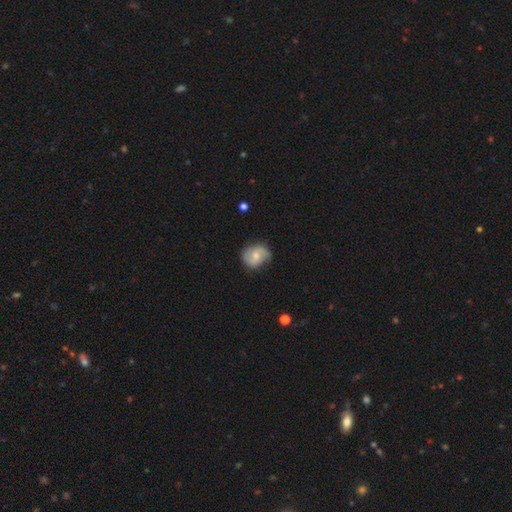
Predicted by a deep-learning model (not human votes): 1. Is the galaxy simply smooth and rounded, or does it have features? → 62% featured or disk, 31% smooth, 7% star or artifact.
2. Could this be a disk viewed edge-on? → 97% no, 3% yes.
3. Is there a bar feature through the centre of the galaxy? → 54% no, 39% weak, 7% strong.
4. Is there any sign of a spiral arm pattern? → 88% yes, 12% no.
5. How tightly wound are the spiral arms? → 46% medium, 28% tight, 26% loose.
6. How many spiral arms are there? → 83% 2, 9% can't tell, 3% 1, 2% 3, 1% 4, 1% more than 4.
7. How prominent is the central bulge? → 54% moderate, 40% small, 3% none, 2% large, 1% dominant.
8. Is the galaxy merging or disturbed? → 72% none, 21% minor disturbance, 5% major disturbance, 1% merger.